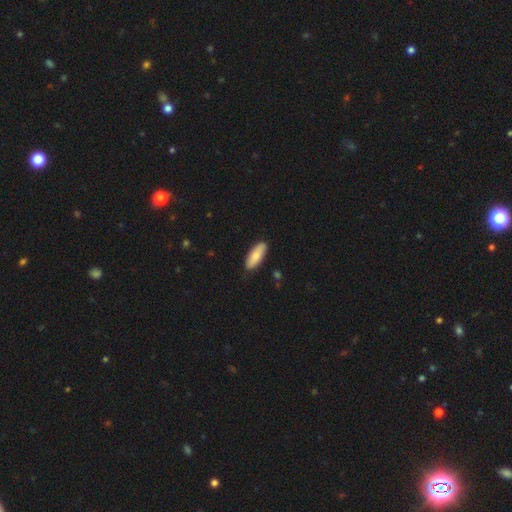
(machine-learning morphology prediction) smooth_or_featured: smooth (p=0.81) [alt: featured or disk p=0.14]
how_rounded: in between (p=0.70) [alt: cigar-shaped p=0.28]
merging: none (p=0.86) [alt: minor disturbance p=0.11]